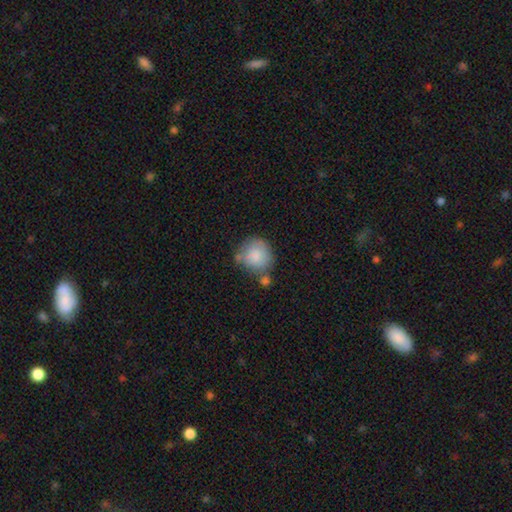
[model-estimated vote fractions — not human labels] The model was most divided on "merging": none: 48%, minor disturbance: 24%, merger: 19%, major disturbance: 9%. More confident: how rounded — round (85%); smooth or featured — smooth (81%).